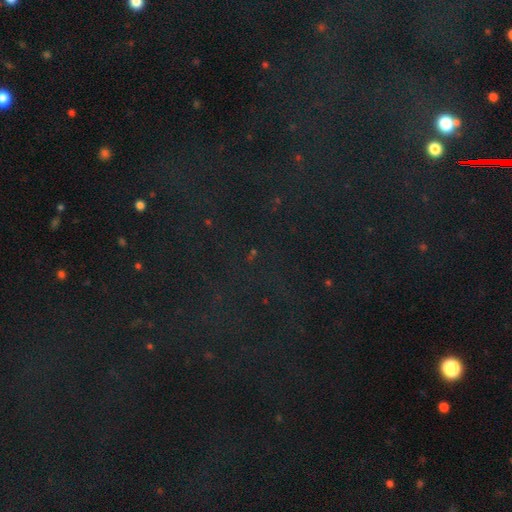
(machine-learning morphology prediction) type=star or artifact (81%).